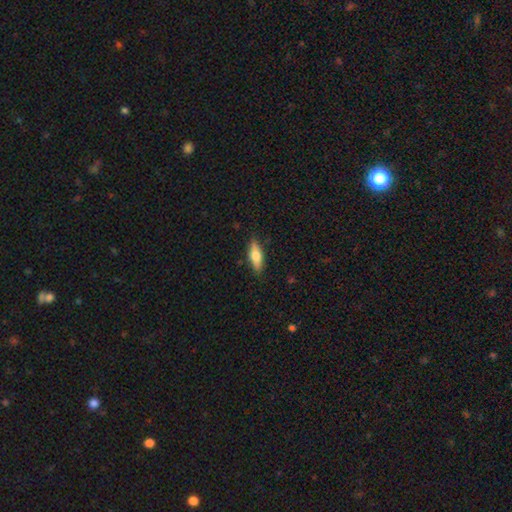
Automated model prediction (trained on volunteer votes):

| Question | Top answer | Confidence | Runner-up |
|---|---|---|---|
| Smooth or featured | smooth | 61% | featured or disk (33%) |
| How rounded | in between | 57% | cigar-shaped (40%) |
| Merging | none | 85% | minor disturbance (12%) |